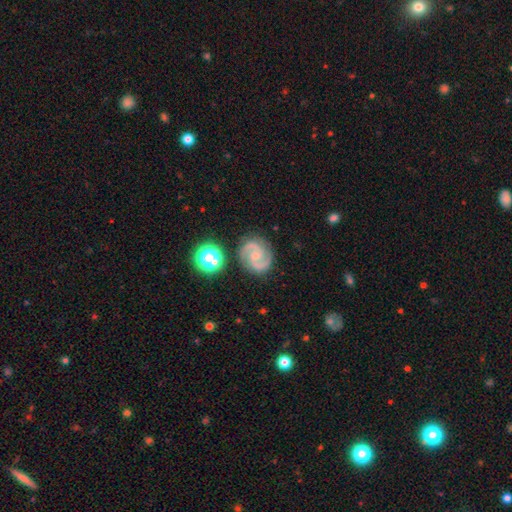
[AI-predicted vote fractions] Q: Smooth or featured?
A: featured or disk (88%); runner-up: star or artifact (6%)
Q: Edge-on disk?
A: no (98%); runner-up: yes (2%)
Q: Bar?
A: no (52%); runner-up: weak (39%)
Q: Spiral arms?
A: yes (98%); runner-up: no (2%)
Q: Spiral winding?
A: medium (58%); runner-up: tight (32%)
Q: Spiral arm count?
A: 2 (93%); runner-up: 3 (2%)
Q: Bulge size?
A: small (57%); runner-up: moderate (21%)
Q: Merging?
A: none (84%); runner-up: minor disturbance (11%)